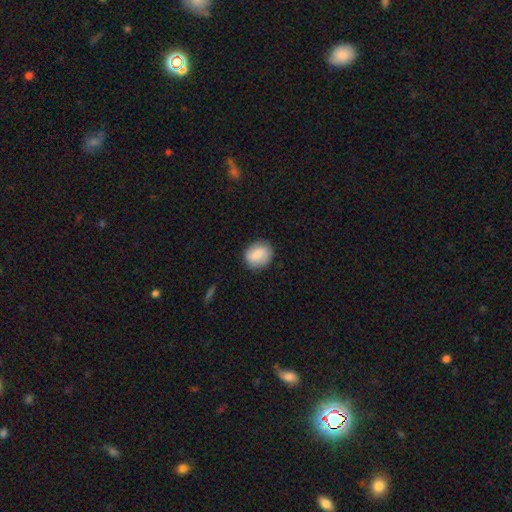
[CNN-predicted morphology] A smooth galaxy with no disk features (81%) that is round (63%).

Vote fractions:
- Smooth or featured? smooth: 81% / featured or disk: 12% / star or artifact: 7%
- How rounded? round: 63% / in between: 36% / cigar-shaped: 1%
- Merging? none: 83% / minor disturbance: 13% / major disturbance: 3% / merger: 1%